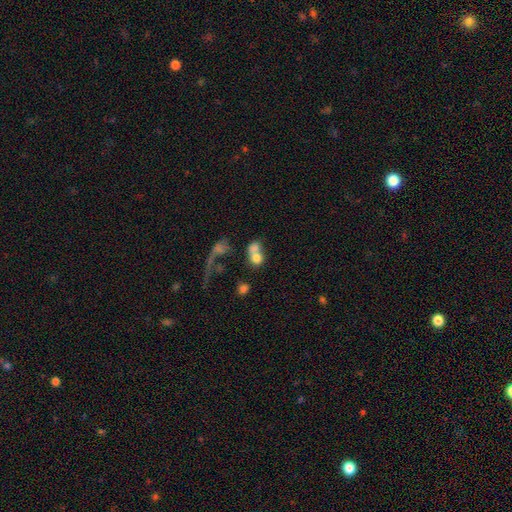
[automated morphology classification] A smooth galaxy with no disk features (68%) that is round (54%).

Vote fractions:
- Smooth or featured? smooth: 68% / featured or disk: 21% / star or artifact: 11%
- How rounded? round: 54% / in between: 44% / cigar-shaped: 2%
- Merging? merger: 66% / none: 18% / major disturbance: 10% / minor disturbance: 6%